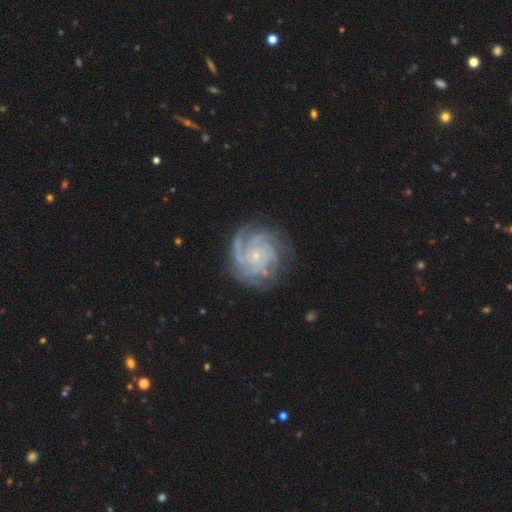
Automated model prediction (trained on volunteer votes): This appears to be a featured or disk galaxy (85%) with no bar (78%), 4 (25%) tight (72%) spiral arms (97%) and a small central bulge (83%). Merging: none (77%).